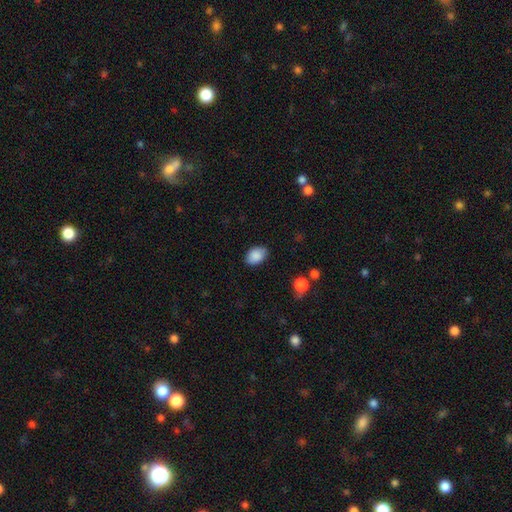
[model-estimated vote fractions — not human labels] A smooth galaxy with no disk features (88%) that is in between round and cigar-shaped (82%).

Vote fractions:
- Smooth or featured? smooth: 88% / star or artifact: 7% / featured or disk: 5%
- How rounded? in between: 82% / round: 17% / cigar-shaped: 1%
- Merging? none: 82% / minor disturbance: 14% / major disturbance: 3% / merger: 1%